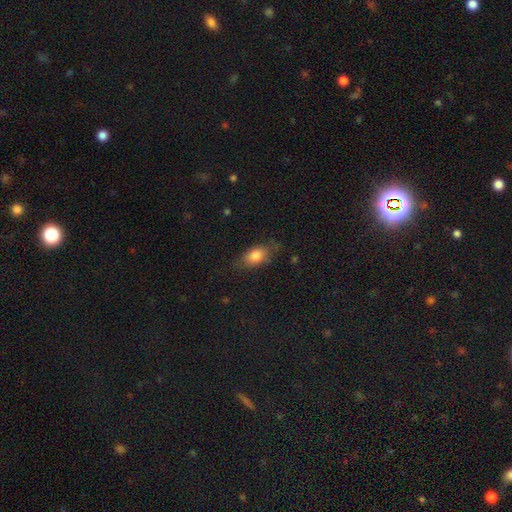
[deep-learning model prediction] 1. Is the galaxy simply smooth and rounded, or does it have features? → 79% smooth, 12% featured or disk, 9% star or artifact.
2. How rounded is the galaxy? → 83% in between, 11% round, 6% cigar-shaped.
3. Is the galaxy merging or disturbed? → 69% none, 23% minor disturbance, 7% major disturbance, 2% merger.